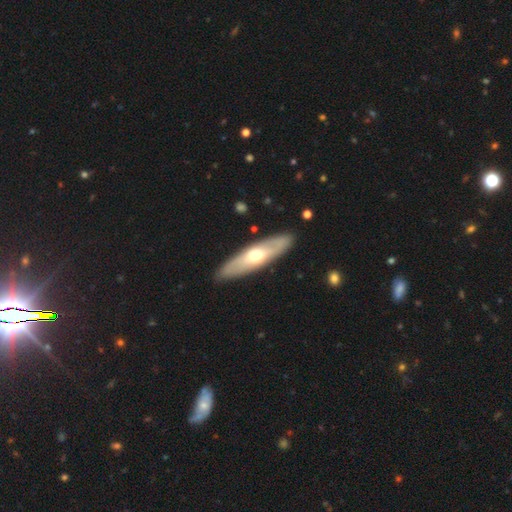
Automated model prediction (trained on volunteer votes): Smooth or featured? featured or disk (51%)
Edge-on disk? yes (51%)
Merging? none (88%)